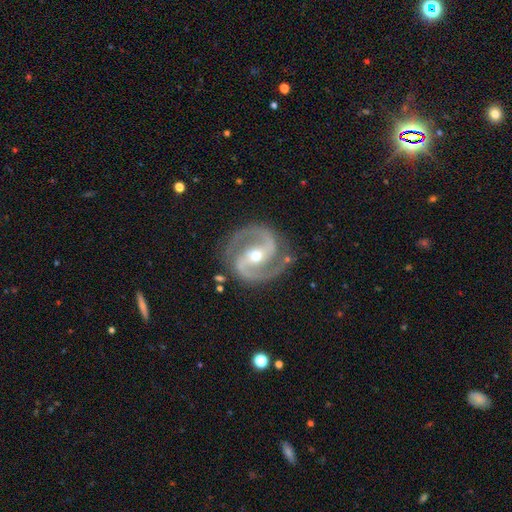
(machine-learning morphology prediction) smooth_or_featured: featured or disk (p=0.93) [alt: star or artifact p=0.04]
disk_edge_on: no (p=0.98) [alt: yes p=0.02]
bar: strong (p=0.40) [alt: weak p=0.36]
has_spiral_arms: yes (p=0.98) [alt: no p=0.02]
spiral_winding: medium (p=0.64) [alt: tight p=0.24]
spiral_arm_count: 2 (p=0.94) [alt: 3 p=0.01]
bulge_size: moderate (p=0.61) [alt: small p=0.35]
merging: none (p=0.83) [alt: minor disturbance p=0.12]